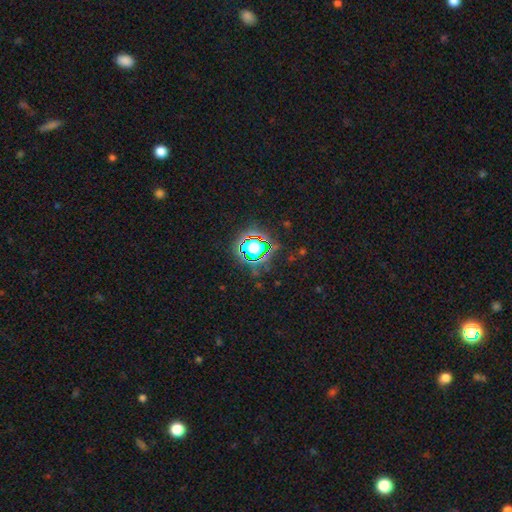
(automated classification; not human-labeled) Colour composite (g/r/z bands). It shows a star or artifact, not a galaxy (75%).